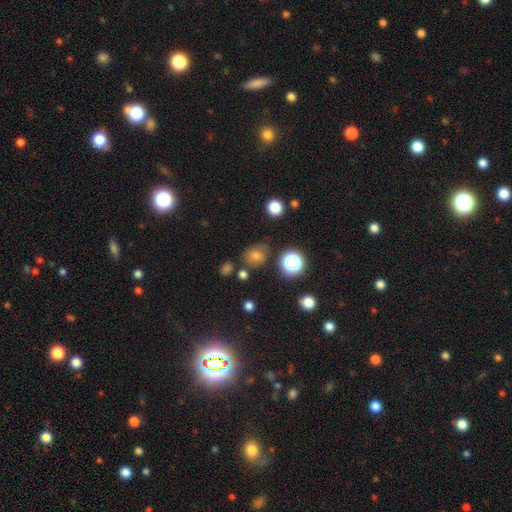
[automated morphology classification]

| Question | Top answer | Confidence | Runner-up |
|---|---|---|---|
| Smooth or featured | smooth | 64% | star or artifact (25%) |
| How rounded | round | 59% | in between (40%) |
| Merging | none | 72% | minor disturbance (17%) |